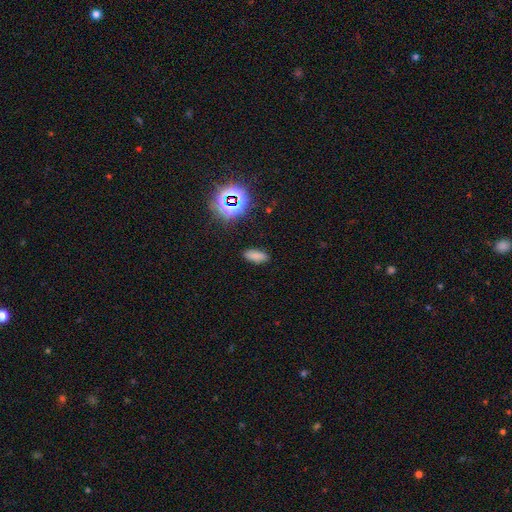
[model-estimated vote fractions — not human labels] The model was most divided on "smooth or featured": smooth: 75%, star or artifact: 19%, featured or disk: 6%. More confident: merging — none (86%); how rounded — in between (78%).